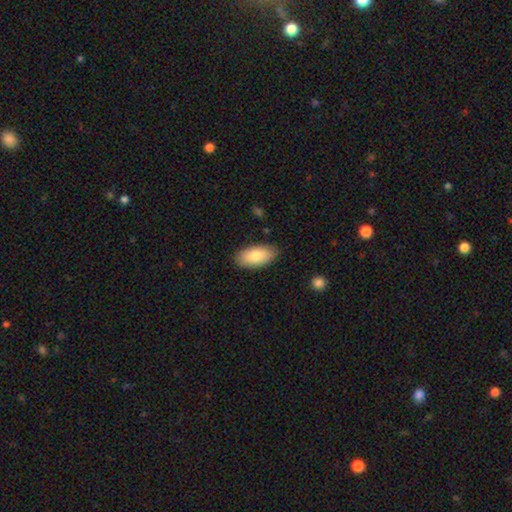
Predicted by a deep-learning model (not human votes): Overall: smooth (82%). How rounded: in between (94%). Merging: none (85%).